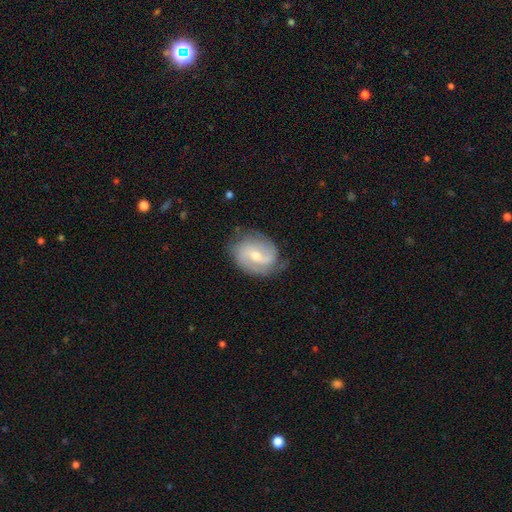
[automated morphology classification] A featured or disk galaxy (79%) with a weak bar (49%), 2 (68%) medium (44%) spiral arms (93%) and a small central bulge (49%).

Vote fractions:
- Smooth or featured? featured or disk: 79% / smooth: 15% / star or artifact: 6%
- Edge-on disk? no: 97% / yes: 3%
- Bar? weak: 49% / no: 34% / strong: 17%
- Spiral arms? yes: 93% / no: 7%
- Spiral winding? medium: 44% / tight: 30% / loose: 26%
- Spiral arm count? 2: 68% / can't tell: 13% / 3: 8% / 1: 7% / 4: 2% / more than 4: 2%
- Bulge size? small: 49% / moderate: 47% / large: 2% / none: 1% / dominant: 1%
- Merging? none: 70% / minor disturbance: 21% / major disturbance: 8% / merger: 1%